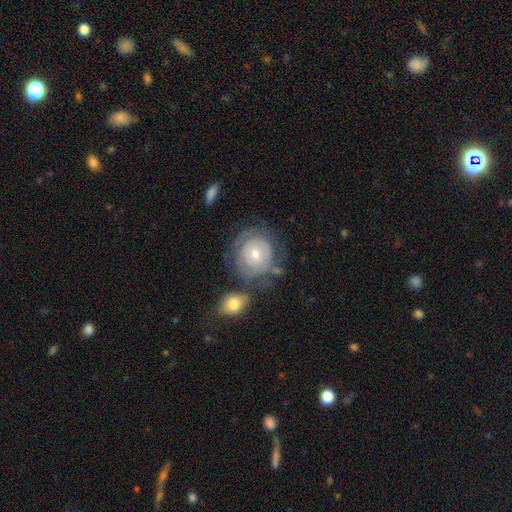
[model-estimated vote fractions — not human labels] smooth-or-featured: featured or disk: 57% | smooth: 36% | star or artifact: 7%
  disk-edge-on: no: 97% | yes: 3%
    bar: no: 82% | weak: 15% | strong: 3%
    has-spiral-arms: yes: 63% | no: 37%
    bulge-size: moderate: 50% | small: 44% | large: 3% | none: 1% | dominant: 1%
  merging: none: 57% | minor disturbance: 20% | major disturbance: 12% | merger: 11%